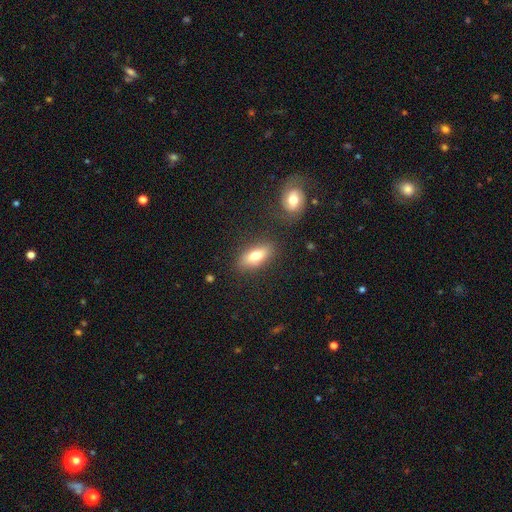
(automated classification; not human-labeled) Smooth or featured: smooth — 73% (featured or disk — 19%)
How rounded: in between — 81% (cigar-shaped — 14%)
Merging: none — 82% (minor disturbance — 11%)